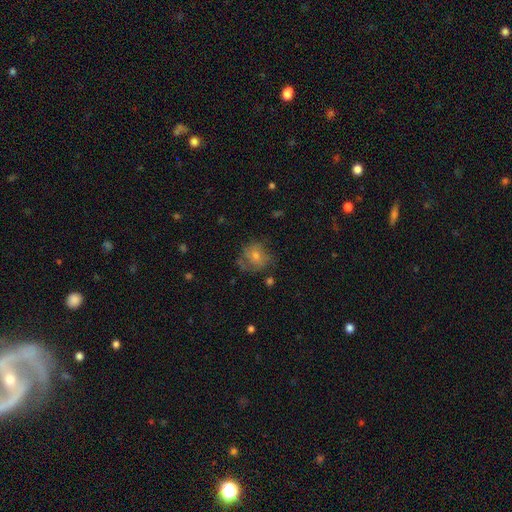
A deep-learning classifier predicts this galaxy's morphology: Smooth or featured?
  - smooth: 64% *
  - featured or disk: 27%
  - star or artifact: 10%
How rounded?
  - round: 73% *
  - in between: 26%
  - cigar-shaped: 1%
Merging?
  - none: 53% *
  - minor disturbance: 26%
  - major disturbance: 17%
  - merger: 4%